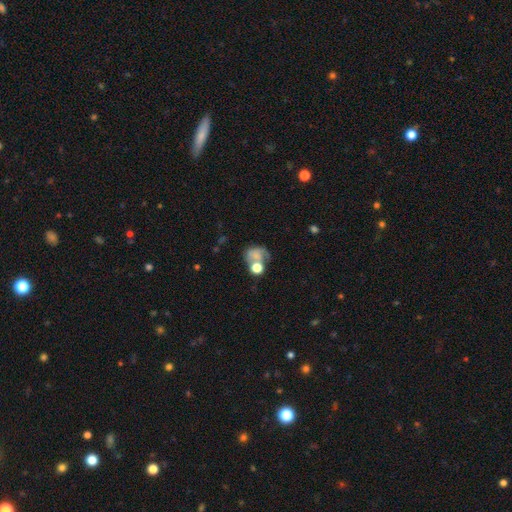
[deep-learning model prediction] Smooth or featured? smooth (54%)
How rounded? round (54%)
Merging? merger (29%)